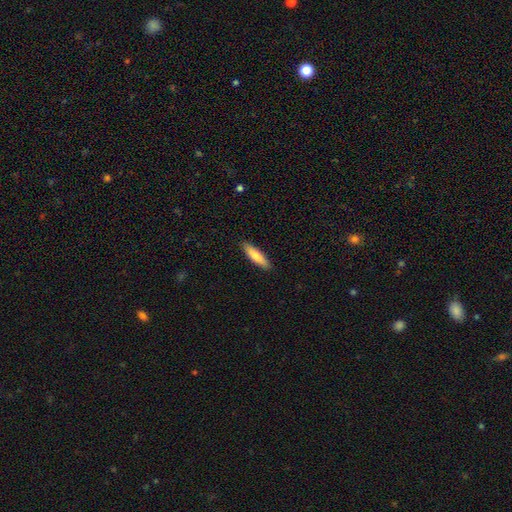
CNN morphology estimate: Q: Smooth or featured?
A: smooth (79%); runner-up: featured or disk (16%)
Q: How rounded?
A: cigar-shaped (71%); runner-up: in between (28%)
Q: Merging?
A: none (90%); runner-up: minor disturbance (8%)